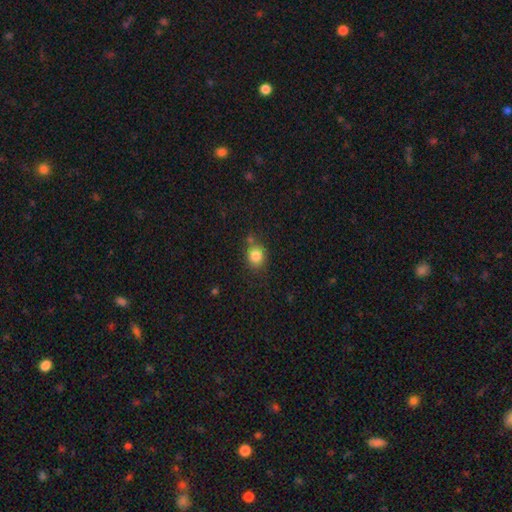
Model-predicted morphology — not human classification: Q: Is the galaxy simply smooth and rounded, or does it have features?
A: smooth — 83%.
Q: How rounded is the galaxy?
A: round — 69%.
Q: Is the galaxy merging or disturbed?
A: none — 72%.